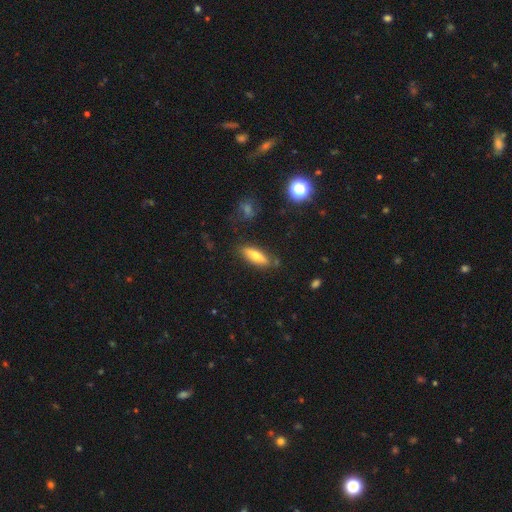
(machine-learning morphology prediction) type=smooth (65%); roundness=cigar-shaped (56%); merging=none (81%).